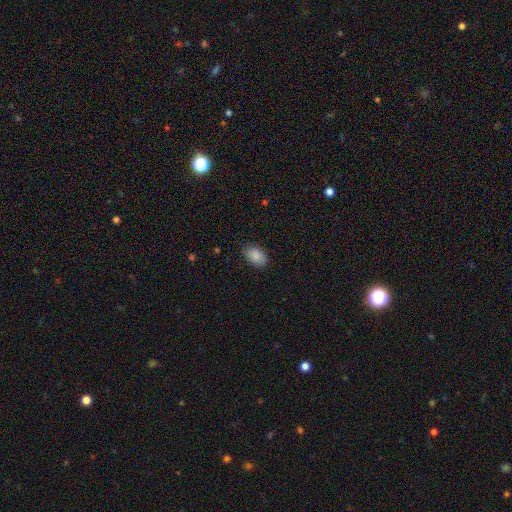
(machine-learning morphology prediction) This is clearly a smooth galaxy (89%). How rounded: clearly in between (90%). Merging: clearly none (86%).